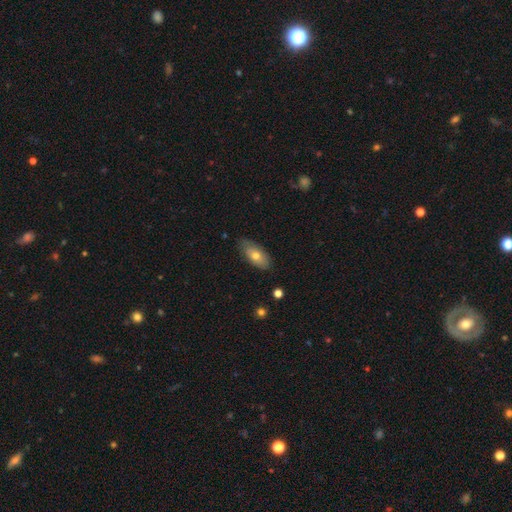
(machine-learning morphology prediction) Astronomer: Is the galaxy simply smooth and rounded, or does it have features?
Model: smooth — 69%.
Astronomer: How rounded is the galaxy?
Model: in between — 87%.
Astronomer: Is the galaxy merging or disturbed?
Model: none — 77%.